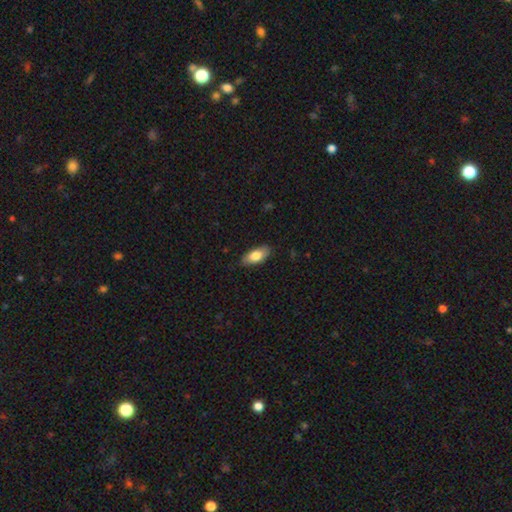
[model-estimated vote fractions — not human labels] This appears to be a smooth galaxy with no disk features (78%) that is in between round and cigar-shaped (87%). Merging: none (84%).